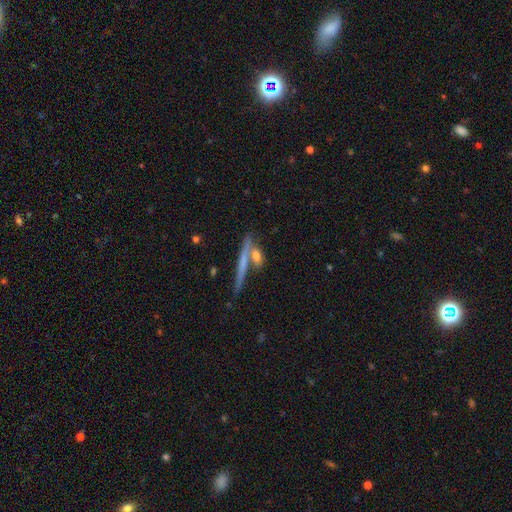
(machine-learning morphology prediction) This is possibly a smooth galaxy (56%). How rounded: likely cigar-shaped (71%). Merging: possibly none (53%).